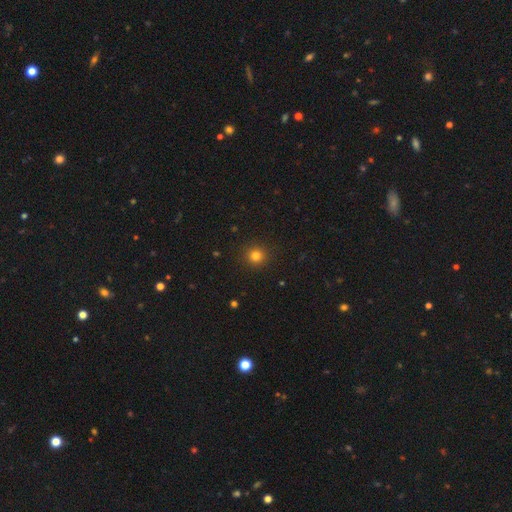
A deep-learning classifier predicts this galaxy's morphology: type=smooth (80%); roundness=round (94%); merging=none (91%).